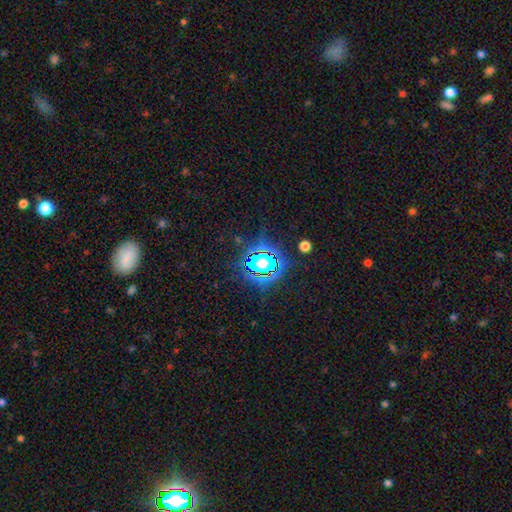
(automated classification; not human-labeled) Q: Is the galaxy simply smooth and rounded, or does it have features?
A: star or artifact — 79%.